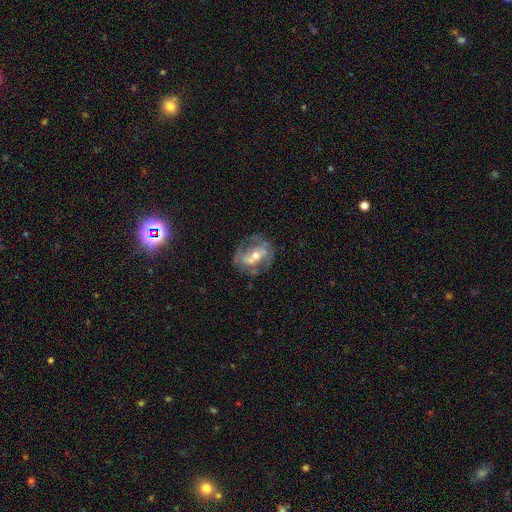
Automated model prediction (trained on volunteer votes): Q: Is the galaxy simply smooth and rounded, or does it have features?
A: featured or disk — 73%.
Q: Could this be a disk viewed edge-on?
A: no — 95%.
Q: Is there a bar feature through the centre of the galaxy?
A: no — 40%.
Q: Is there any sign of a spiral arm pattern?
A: yes — 64%.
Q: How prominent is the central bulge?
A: moderate — 57%.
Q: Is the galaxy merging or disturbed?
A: none — 58%.